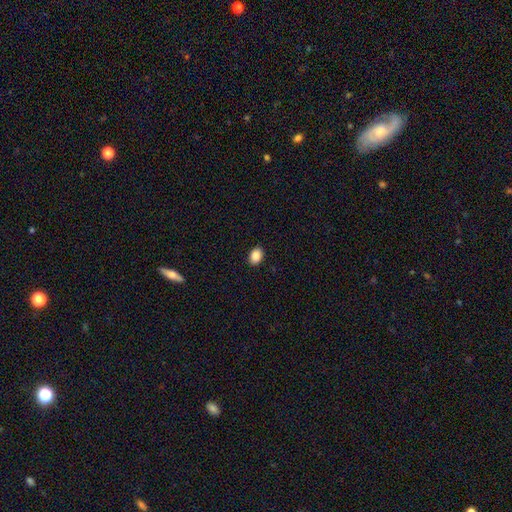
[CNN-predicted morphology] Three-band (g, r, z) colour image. It shows a smooth galaxy with no disk features (88%) that is in between round and cigar-shaped (75%). Merging: none (91%).